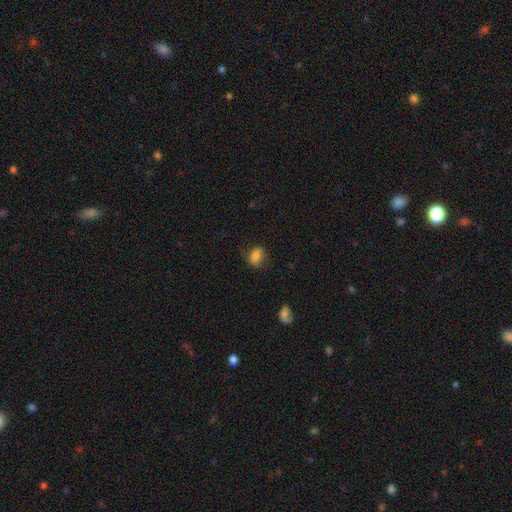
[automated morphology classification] smooth_or_featured: smooth (p=0.81) [alt: star or artifact p=0.10]
how_rounded: in between (p=0.79) [alt: round p=0.18]
merging: none (p=0.64) [alt: minor disturbance p=0.24]